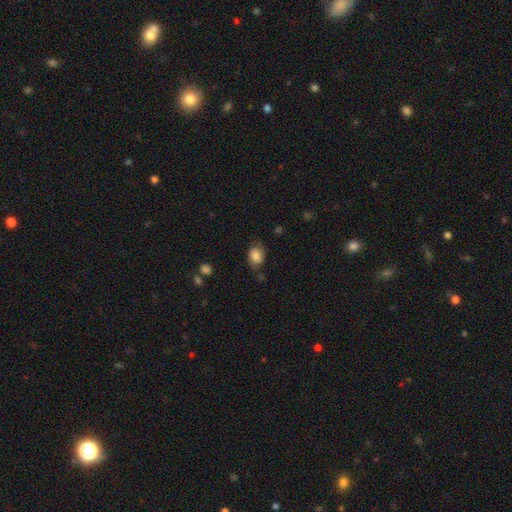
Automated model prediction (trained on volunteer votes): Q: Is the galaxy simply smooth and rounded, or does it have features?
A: smooth — 76%.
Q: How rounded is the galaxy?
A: in between — 63%.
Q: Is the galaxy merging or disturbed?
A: none — 63%.